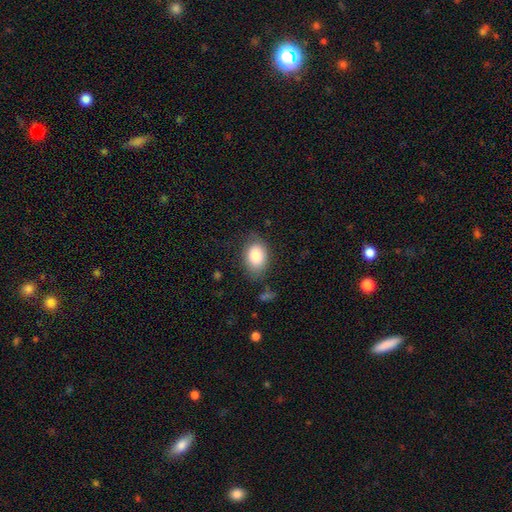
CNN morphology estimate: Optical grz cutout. It shows a smooth galaxy with no disk features (84%) that is in between round and cigar-shaped (81%). Merging: none (73%).